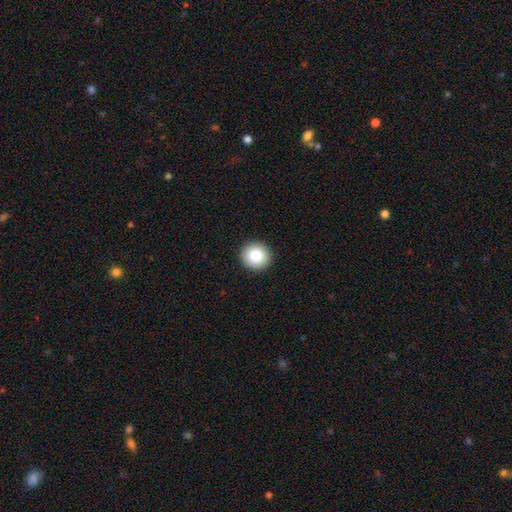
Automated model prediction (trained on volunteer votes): Morphology: type=smooth (85%); roundness=round (92%); merging=none (93%).